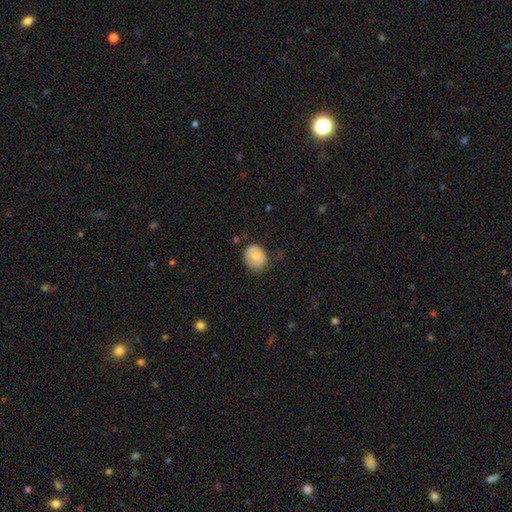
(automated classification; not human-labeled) A smooth galaxy with no disk features (69%) that is round (65%). Merging: none (59%).